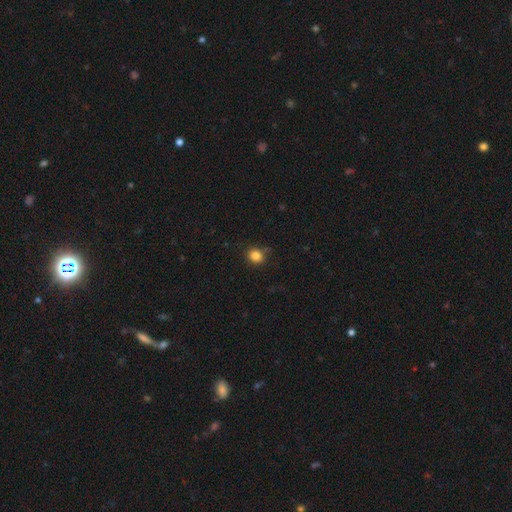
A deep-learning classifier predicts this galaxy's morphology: smooth_or_featured: smooth (p=0.84) [alt: star or artifact p=0.12]
how_rounded: round (p=0.81) [alt: in between p=0.18]
merging: none (p=0.80) [alt: minor disturbance p=0.13]